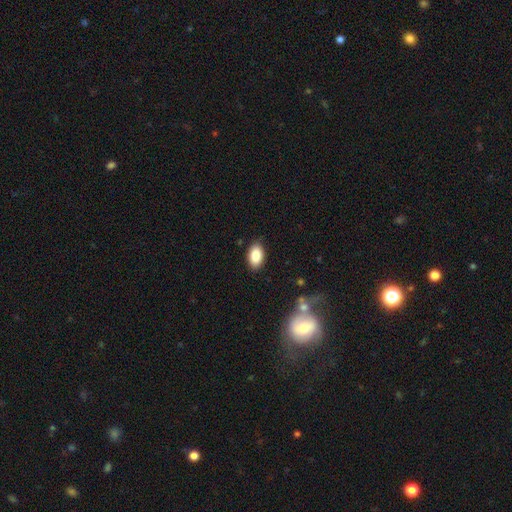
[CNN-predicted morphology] Smooth or featured? smooth (88%)
How rounded? in between (93%)
Merging? none (85%)